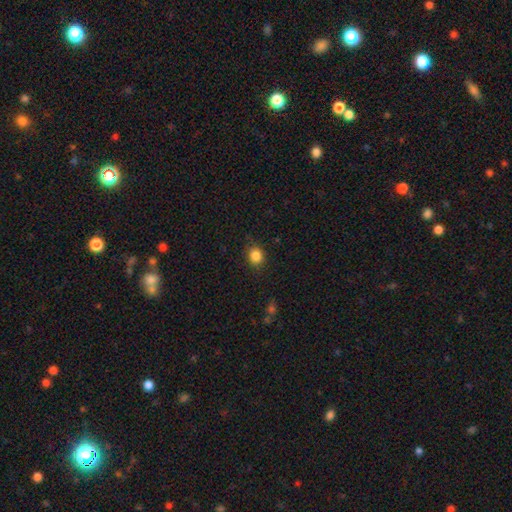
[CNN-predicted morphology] This is clearly a smooth galaxy (85%). How rounded: likely round (77%). Merging: clearly none (85%).